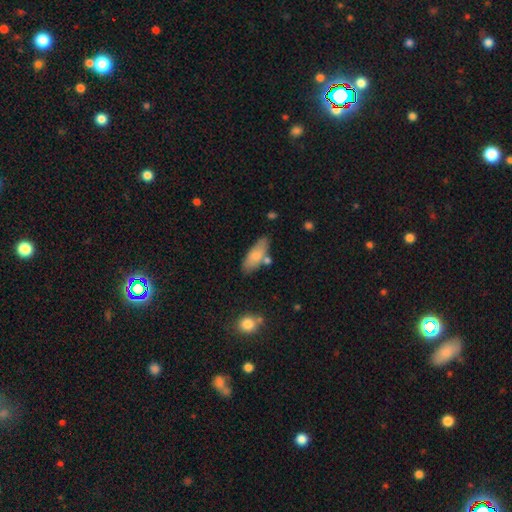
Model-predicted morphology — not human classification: type=smooth (79%); roundness=in between (75%); merging=none (71%).